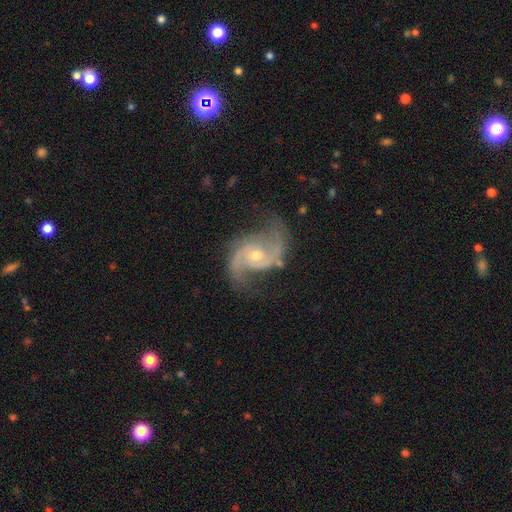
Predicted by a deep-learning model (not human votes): Q: Smooth or featured?
A: featured or disk (90%); runner-up: star or artifact (5%)
Q: Edge-on disk?
A: no (98%); runner-up: yes (2%)
Q: Bar?
A: no (62%); runner-up: weak (30%)
Q: Spiral arms?
A: yes (97%); runner-up: no (3%)
Q: Spiral winding?
A: medium (48%); runner-up: loose (39%)
Q: Spiral arm count?
A: 2 (92%); runner-up: can't tell (2%)
Q: Bulge size?
A: moderate (52%); runner-up: small (44%)
Q: Merging?
A: none (71%); runner-up: minor disturbance (18%)